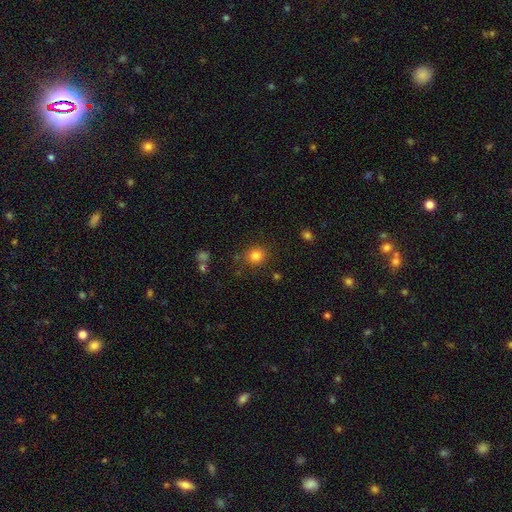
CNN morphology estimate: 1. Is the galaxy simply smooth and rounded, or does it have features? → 83% smooth, 12% star or artifact, 5% featured or disk.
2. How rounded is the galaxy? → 85% round, 14% in between, 1% cigar-shaped.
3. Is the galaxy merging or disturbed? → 84% none, 9% minor disturbance, 4% major disturbance, 3% merger.